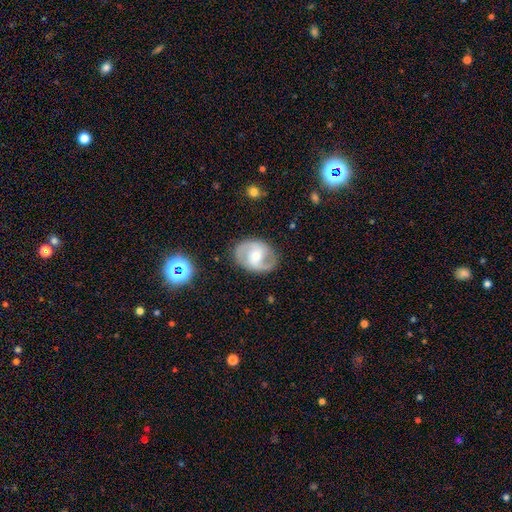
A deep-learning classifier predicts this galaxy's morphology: Q: Smooth or featured?
A: featured or disk (79%); runner-up: smooth (16%)
Q: Edge-on disk?
A: no (97%); runner-up: yes (3%)
Q: Bar?
A: weak (43%); runner-up: no (41%)
Q: Spiral arms?
A: yes (91%); runner-up: no (9%)
Q: Spiral winding?
A: medium (54%); runner-up: tight (25%)
Q: Spiral arm count?
A: 2 (90%); runner-up: can't tell (5%)
Q: Bulge size?
A: moderate (50%); runner-up: small (42%)
Q: Merging?
A: none (82%); runner-up: minor disturbance (12%)